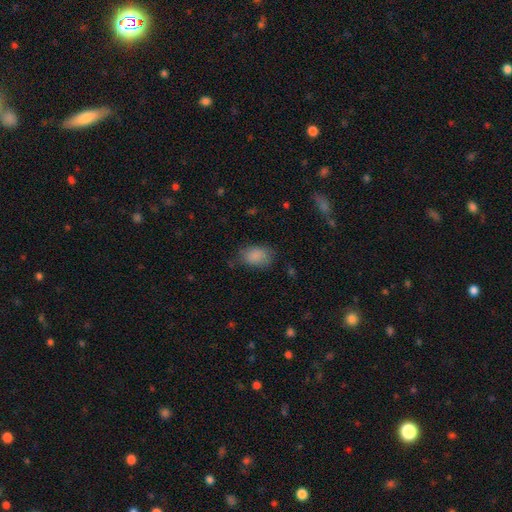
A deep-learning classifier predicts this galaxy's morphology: Smooth or featured: smooth — 86% (star or artifact — 8%)
How rounded: in between — 83% (round — 16%)
Merging: none — 68% (minor disturbance — 23%)